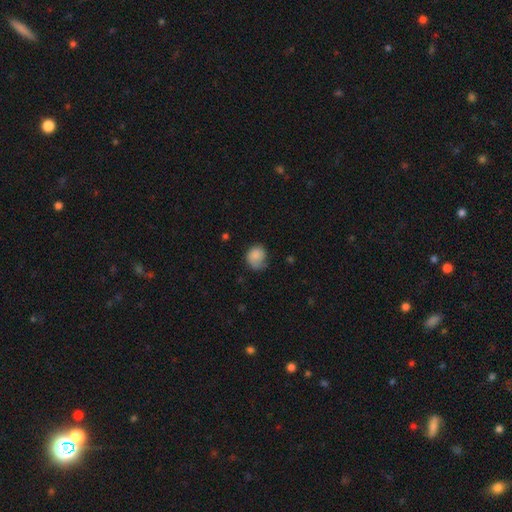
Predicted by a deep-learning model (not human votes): The model was most divided on "merging": none: 49%, minor disturbance: 31%, major disturbance: 18%, merger: 2%. More confident: smooth or featured — smooth (77%); how rounded — round (67%).